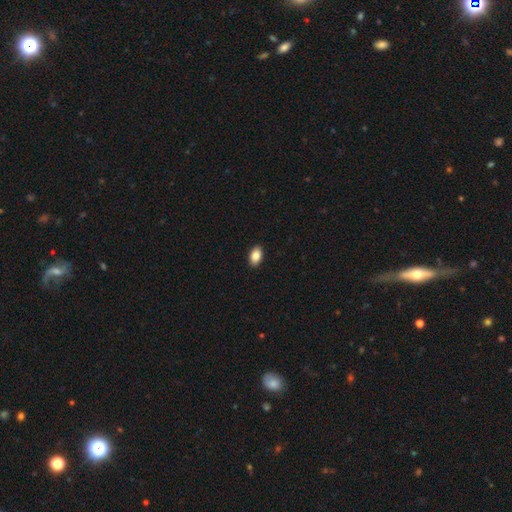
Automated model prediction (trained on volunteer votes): A smooth galaxy with no disk features (87%) that is in between round and cigar-shaped (91%).

Vote fractions:
- Smooth or featured? smooth: 87% / star or artifact: 7% / featured or disk: 6%
- How rounded? in between: 91% / round: 7% / cigar-shaped: 2%
- Merging? none: 91% / minor disturbance: 7% / major disturbance: 2% / merger: 1%